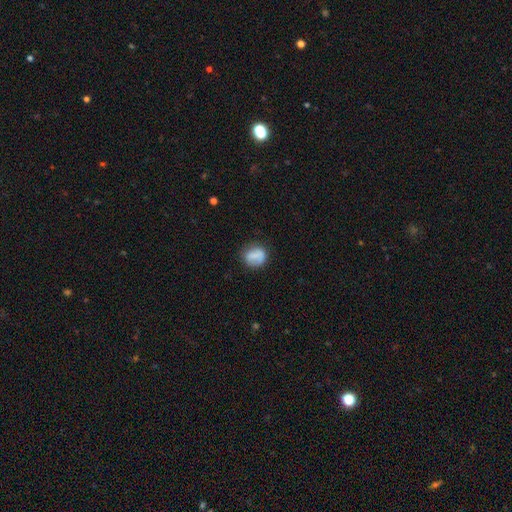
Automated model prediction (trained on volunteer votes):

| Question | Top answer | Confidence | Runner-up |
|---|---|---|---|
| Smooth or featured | smooth | 76% | featured or disk (16%) |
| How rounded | round | 67% | in between (31%) |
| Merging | none | 68% | minor disturbance (21%) |